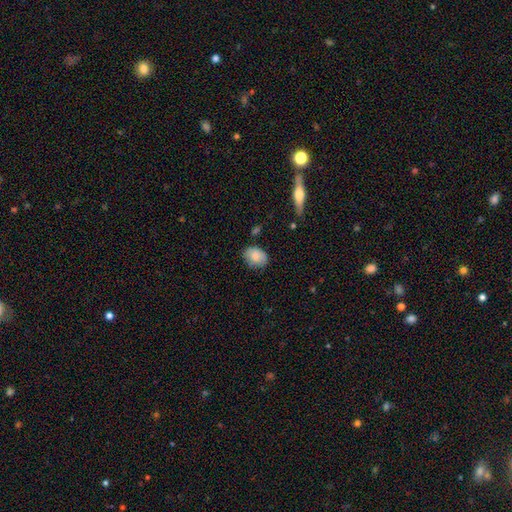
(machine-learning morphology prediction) Smooth or featured?
  - smooth: 81% *
  - featured or disk: 12%
  - star or artifact: 7%
How rounded?
  - in between: 70% *
  - round: 28%
  - cigar-shaped: 1%
Merging?
  - none: 71% *
  - minor disturbance: 23%
  - major disturbance: 4%
  - merger: 2%